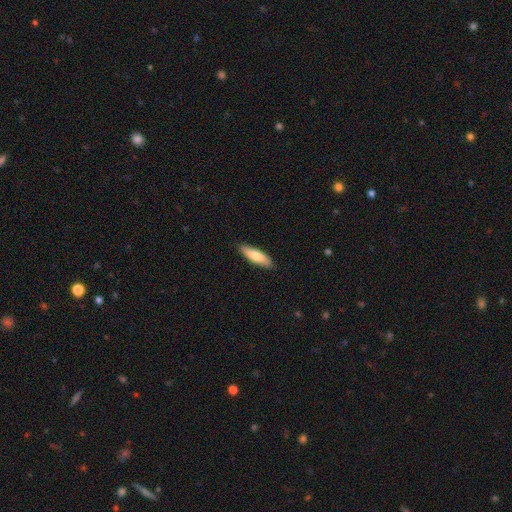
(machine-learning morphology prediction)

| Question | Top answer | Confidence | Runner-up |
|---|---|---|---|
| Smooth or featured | smooth | 74% | featured or disk (21%) |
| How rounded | cigar-shaped | 54% | in between (44%) |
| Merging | none | 89% | minor disturbance (9%) |